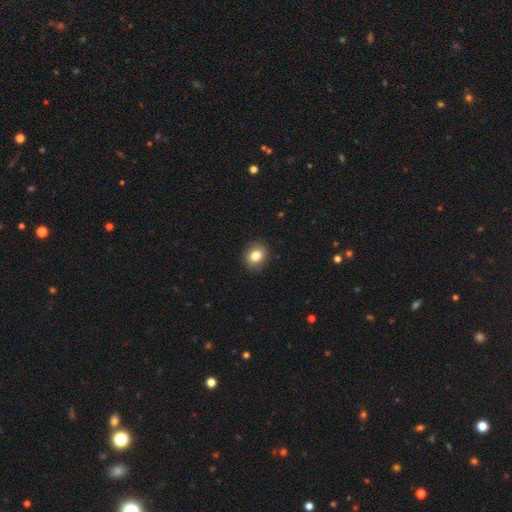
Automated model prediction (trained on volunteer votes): This appears to be a smooth galaxy with no disk features (83%) that is round (62%). Merging: none (89%).